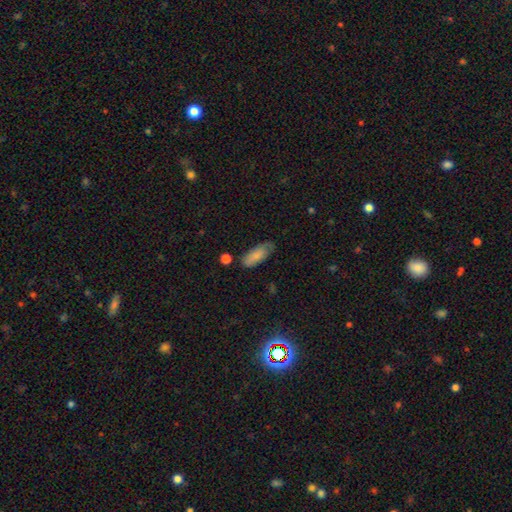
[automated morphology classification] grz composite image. It shows a smooth galaxy with no disk features (80%) that is in between round and cigar-shaped (80%). Merging: none (63%).